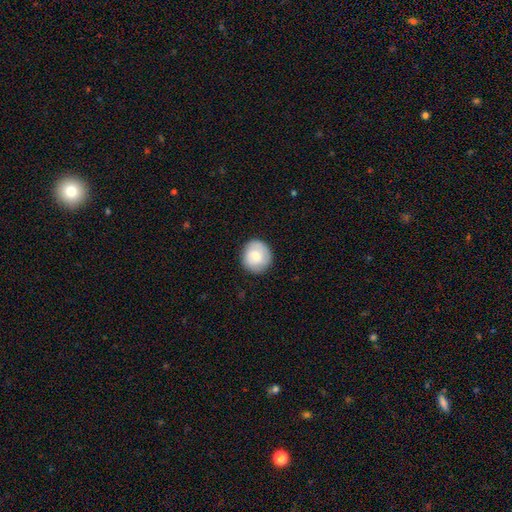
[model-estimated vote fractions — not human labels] Morphology: type=smooth (72%); roundness=round (91%); merging=none (85%).